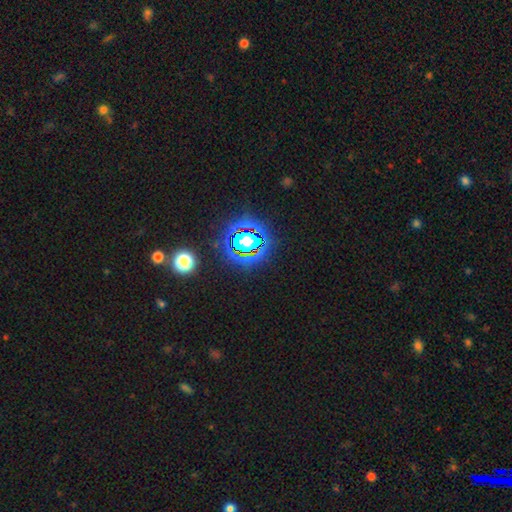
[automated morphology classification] This is likely a star or artifact rather than a galaxy (77%).